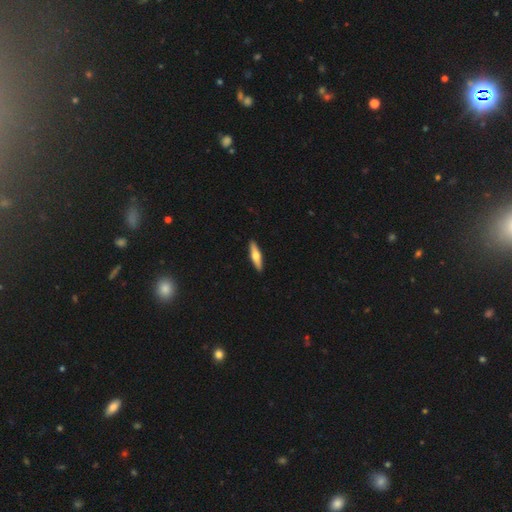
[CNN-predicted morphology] smooth_or_featured: smooth (p=0.52) [alt: featured or disk p=0.43]
how_rounded: cigar-shaped (p=0.72) [alt: in between p=0.26]
merging: none (p=0.92) [alt: minor disturbance p=0.06]